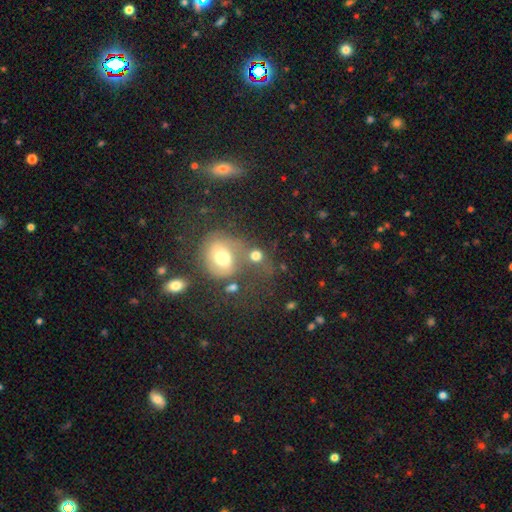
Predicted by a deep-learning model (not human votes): smooth 66%, featured or disk 17%, star or artifact 17%. Down the decision tree: how rounded — round (73%); merging — merger (38%).